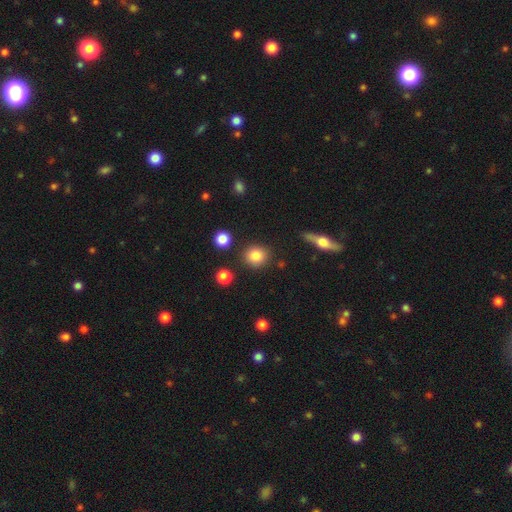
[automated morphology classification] Q: Smooth or featured?
A: smooth (84%); runner-up: star or artifact (10%)
Q: How rounded?
A: round (83%); runner-up: in between (16%)
Q: Merging?
A: none (85%); runner-up: minor disturbance (8%)